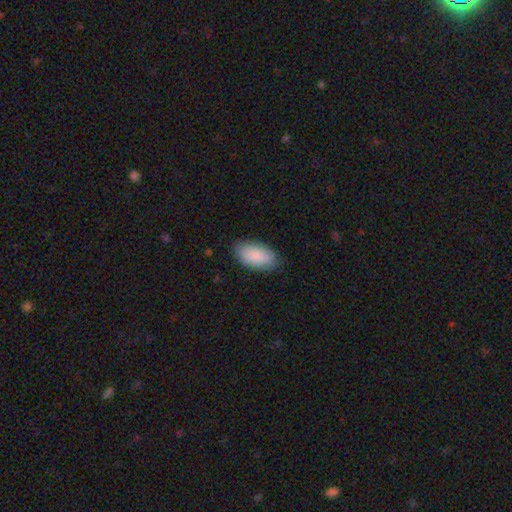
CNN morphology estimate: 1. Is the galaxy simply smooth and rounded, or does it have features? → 86% smooth, 8% featured or disk, 6% star or artifact.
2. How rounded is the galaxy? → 94% in between, 3% round, 2% cigar-shaped.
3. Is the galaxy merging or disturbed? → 83% none, 13% minor disturbance, 3% major disturbance, 1% merger.